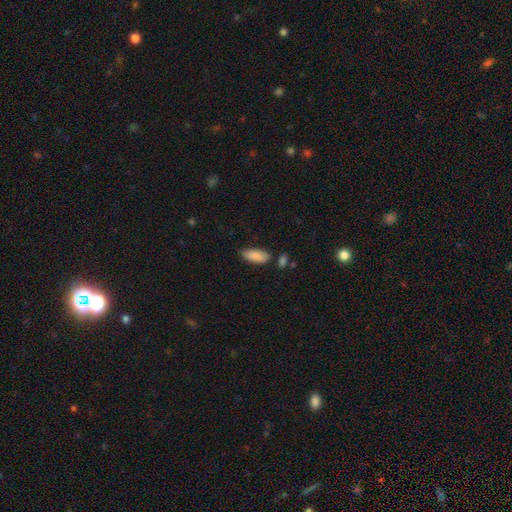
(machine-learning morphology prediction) A smooth galaxy with no disk features (89%) that is in between round and cigar-shaped (82%). Merging: none (76%).